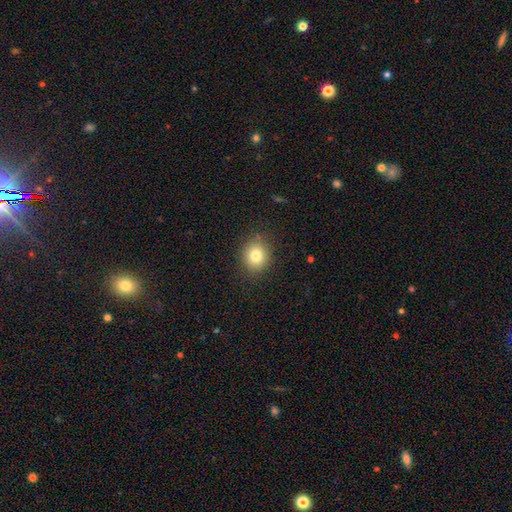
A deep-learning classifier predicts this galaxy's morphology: Smooth or featured? Predicted: smooth (p=0.80). How rounded? Predicted: round (p=0.77). Merging? Predicted: none (p=0.87).